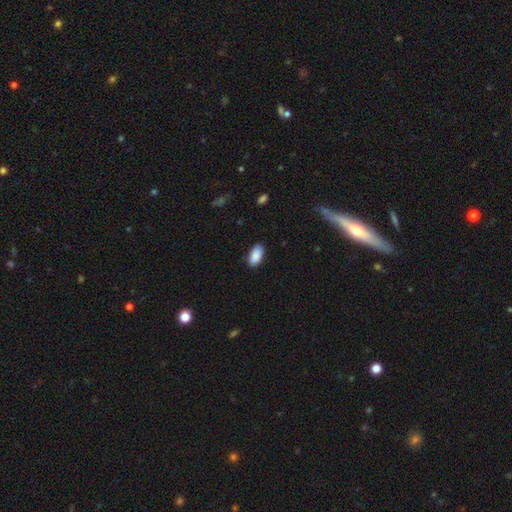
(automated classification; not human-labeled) The model was most divided on "merging": none: 87%, minor disturbance: 10%, major disturbance: 2%, merger: 1%. More confident: how rounded — in between (94%); smooth or featured — smooth (90%).